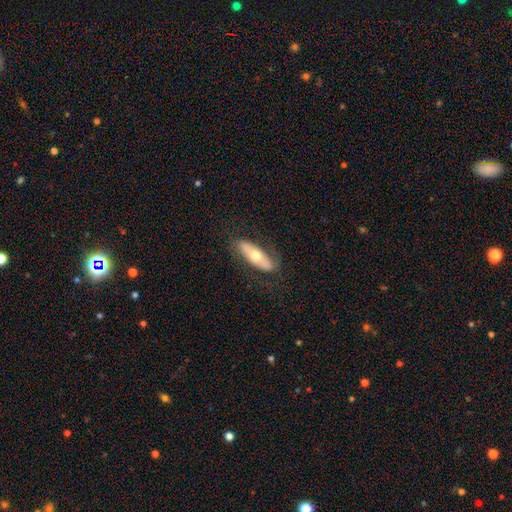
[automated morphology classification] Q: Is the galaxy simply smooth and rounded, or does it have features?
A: smooth — 52%.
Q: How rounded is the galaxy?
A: in between — 56%.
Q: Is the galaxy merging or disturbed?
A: none — 79%.